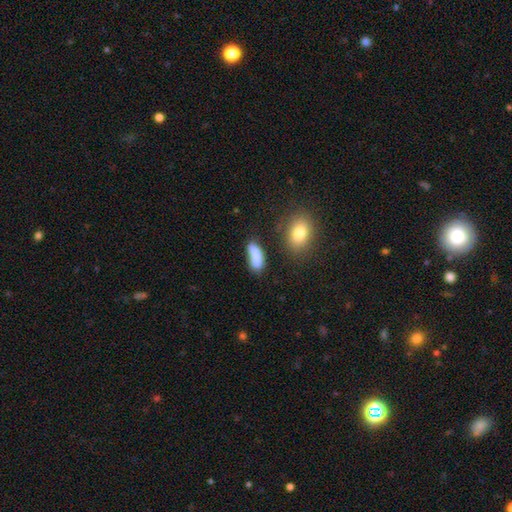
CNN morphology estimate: Smooth or featured: smooth — 77% (featured or disk — 13%)
How rounded: in between — 65% (cigar-shaped — 31%)
Merging: none — 47% (minor disturbance — 22%)